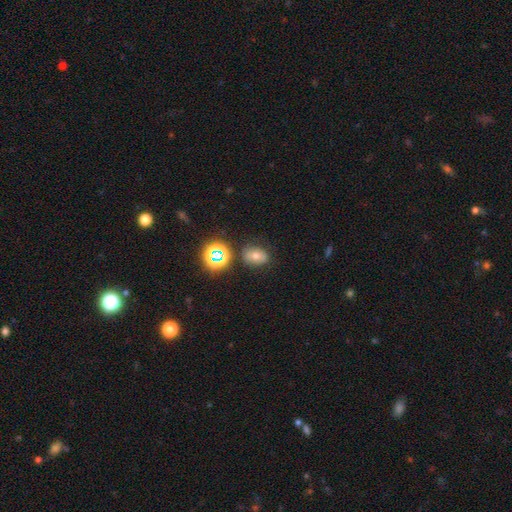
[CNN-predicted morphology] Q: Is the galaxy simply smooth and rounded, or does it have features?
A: smooth — 55%.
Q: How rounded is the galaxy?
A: in between — 57%.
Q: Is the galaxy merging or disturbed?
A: none — 77%.